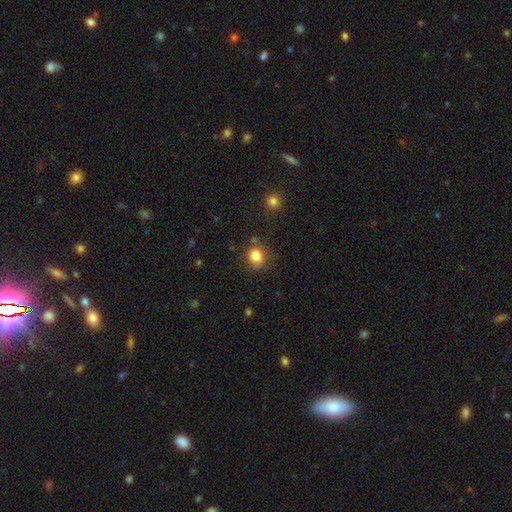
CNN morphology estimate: Smooth or featured? Predicted: smooth (p=0.84). How rounded? Predicted: round (p=0.73). Merging? Predicted: none (p=0.71).